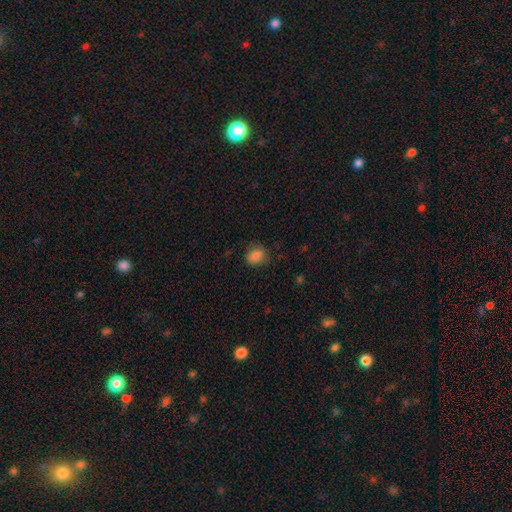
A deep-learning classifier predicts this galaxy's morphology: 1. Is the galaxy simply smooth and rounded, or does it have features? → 84% smooth, 10% star or artifact, 6% featured or disk.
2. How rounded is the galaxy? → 57% round, 42% in between, 1% cigar-shaped.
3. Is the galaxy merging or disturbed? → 79% none, 16% minor disturbance, 4% major disturbance, 1% merger.